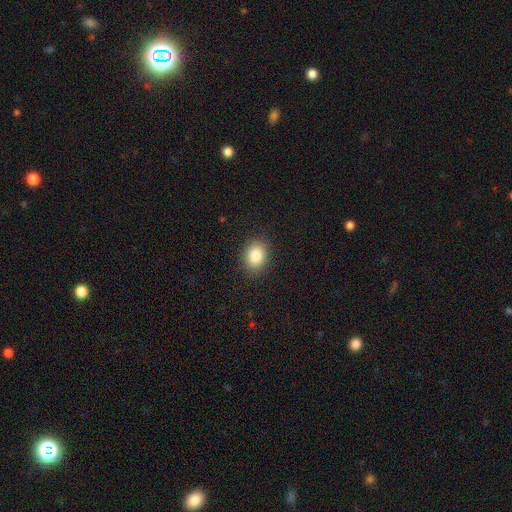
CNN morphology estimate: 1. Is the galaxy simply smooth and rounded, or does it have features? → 83% smooth, 10% star or artifact, 7% featured or disk.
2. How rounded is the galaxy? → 52% round, 47% in between, 1% cigar-shaped.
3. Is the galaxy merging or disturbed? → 89% none, 8% minor disturbance, 2% major disturbance, 1% merger.